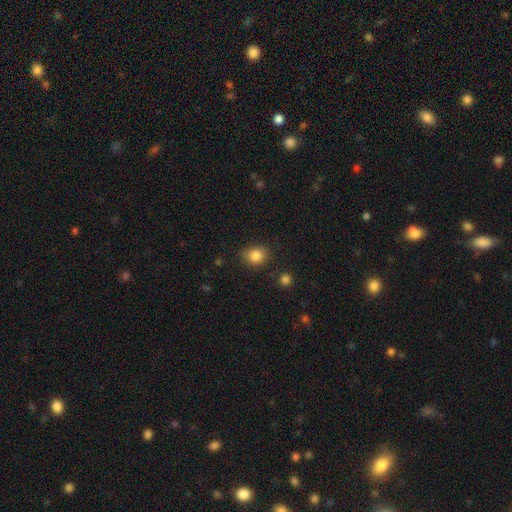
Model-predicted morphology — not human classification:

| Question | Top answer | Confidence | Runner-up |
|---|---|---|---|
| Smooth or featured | smooth | 84% | star or artifact (10%) |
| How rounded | round | 66% | in between (33%) |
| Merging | none | 77% | minor disturbance (17%) |